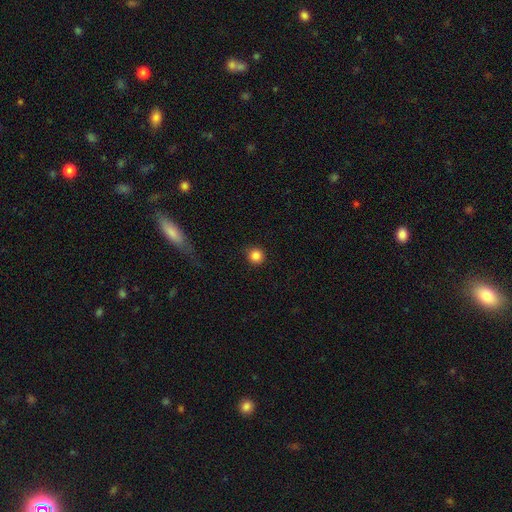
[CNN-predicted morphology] smooth 86%, star or artifact 11%, featured or disk 4%. Down the decision tree: how rounded — round (95%); merging — none (89%).